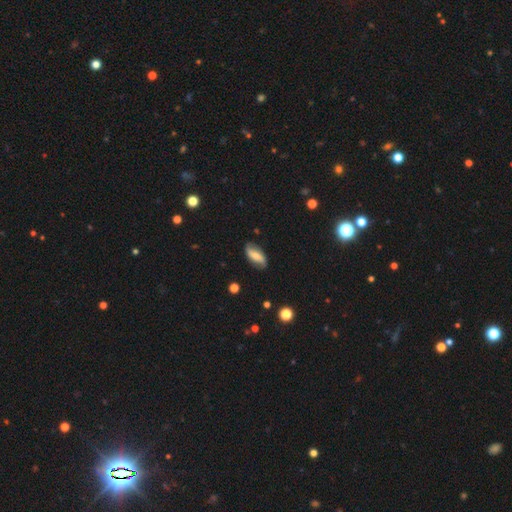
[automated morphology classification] Smooth or featured? Predicted: featured or disk (p=0.52). Edge-on disk? Predicted: no (p=0.89). Merging? Predicted: none (p=0.80).